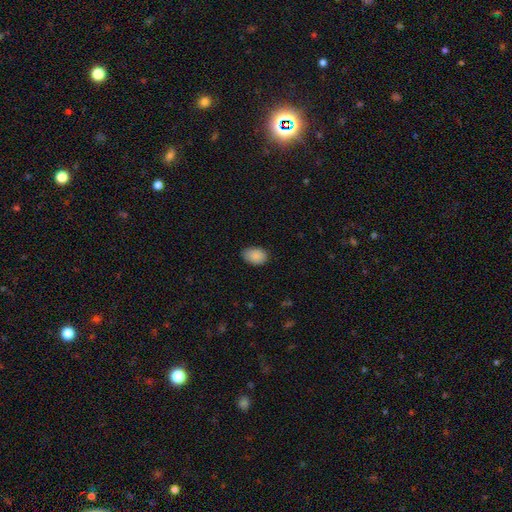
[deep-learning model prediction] A smooth galaxy with no disk features (89%) that is in between round and cigar-shaped (82%). Merging: none (80%).